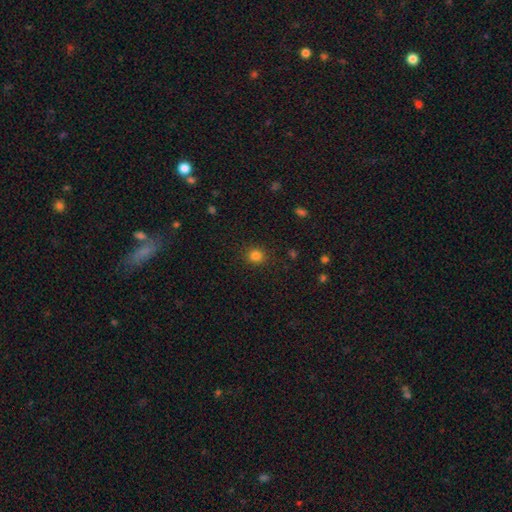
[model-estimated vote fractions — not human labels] This appears to be a smooth galaxy with no disk features (83%) that is round (84%). Merging: none (90%).